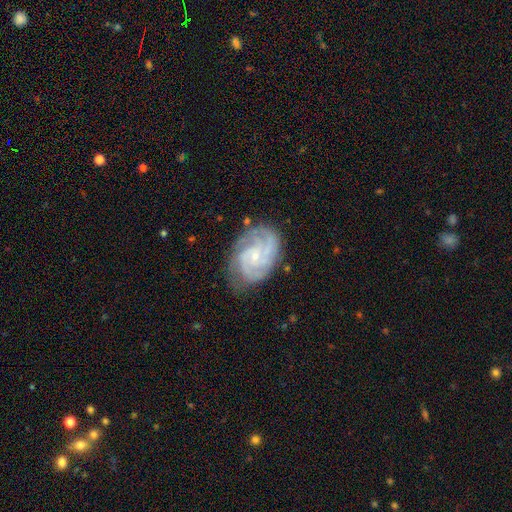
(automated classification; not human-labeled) Overall: featured or disk (88%). Edge-on disk: no (98%). Bar: no (66%; weak 29%). Spiral arms: yes (97%). Spiral arm count: 3 (33%; 2 26%). Spiral winding: tight (55%; medium 38%). Bulge size: small (79%). Merging: none (71%).